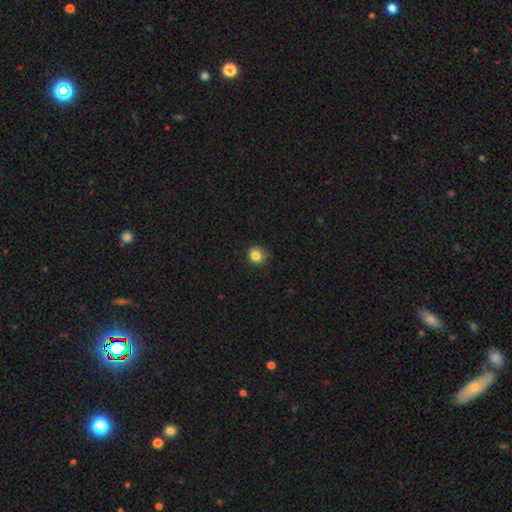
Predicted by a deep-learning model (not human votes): Morphology: type=smooth (84%); roundness=round (83%); merging=none (81%).